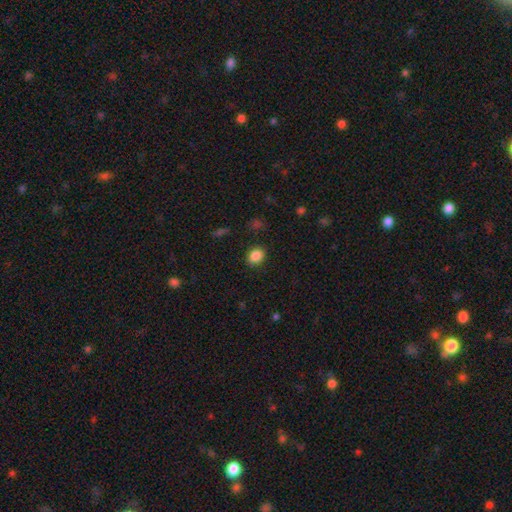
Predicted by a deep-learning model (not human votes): A smooth galaxy with no disk features (87%) that is in between round and cigar-shaped (51%).

Vote fractions:
- Smooth or featured? smooth: 87% / star or artifact: 9% / featured or disk: 4%
- How rounded? in between: 51% / round: 48% / cigar-shaped: 1%
- Merging? none: 88% / minor disturbance: 9% / major disturbance: 3% / merger: 1%